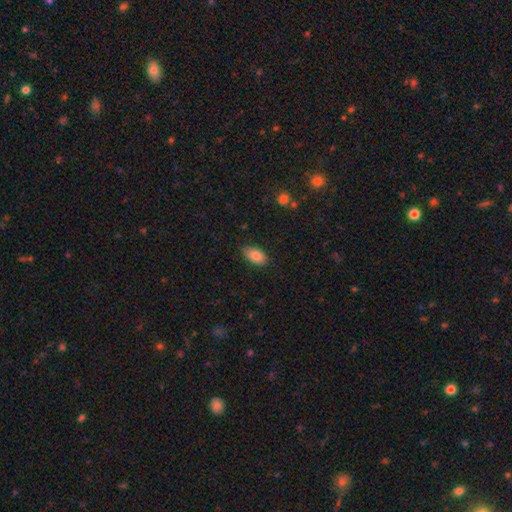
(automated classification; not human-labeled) This appears to be a smooth galaxy with no disk features (87%) that is in between round and cigar-shaped (93%). Merging: none (81%).